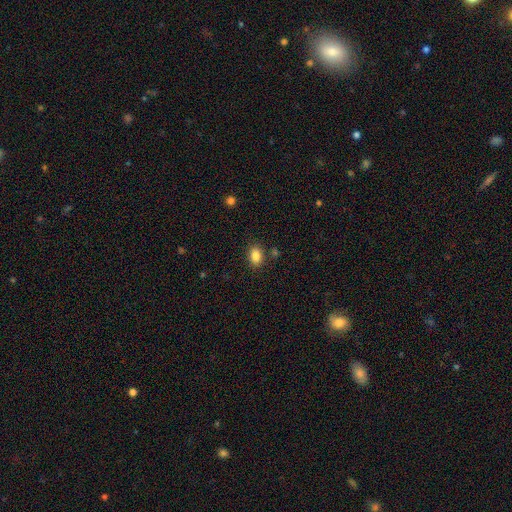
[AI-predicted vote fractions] Smooth or featured?
  - smooth: 85% *
  - star or artifact: 9%
  - featured or disk: 5%
How rounded?
  - in between: 80% *
  - round: 19%
  - cigar-shaped: 1%
Merging?
  - none: 82% *
  - minor disturbance: 11%
  - merger: 4%
  - major disturbance: 3%